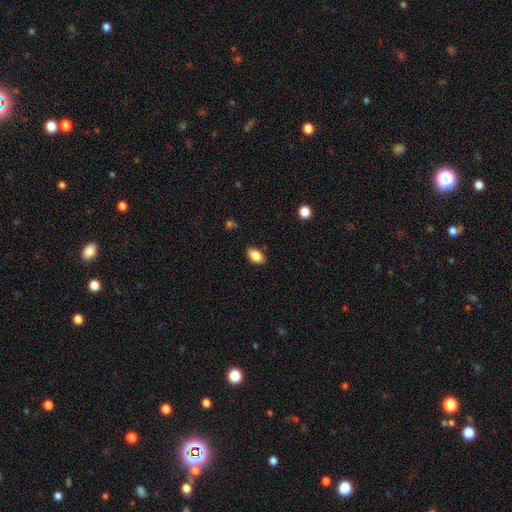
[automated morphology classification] The model was most divided on "merging": none: 87%, minor disturbance: 10%, major disturbance: 2%, merger: 1%. More confident: how rounded — in between (91%); smooth or featured — smooth (86%).